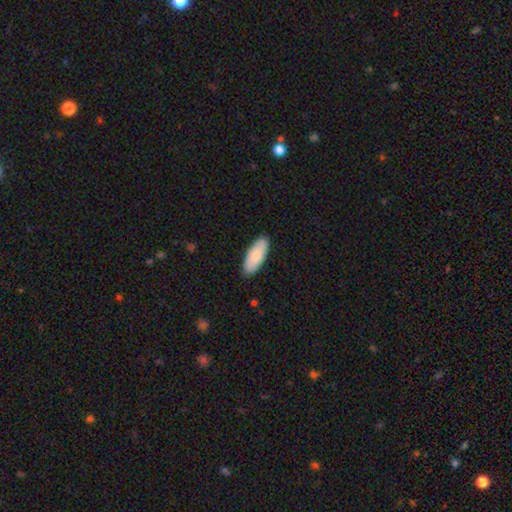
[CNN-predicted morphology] A smooth galaxy with no disk features (82%) that is in between round and cigar-shaped (80%). Merging: none (87%).